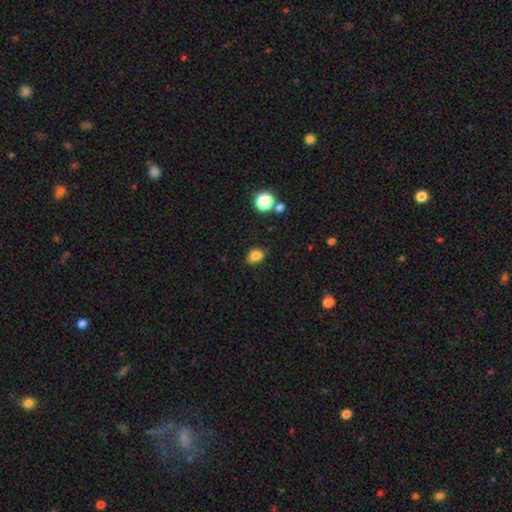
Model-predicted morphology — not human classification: This is clearly a smooth galaxy (82%). How rounded: possibly in between (50%). Merging: likely none (78%).